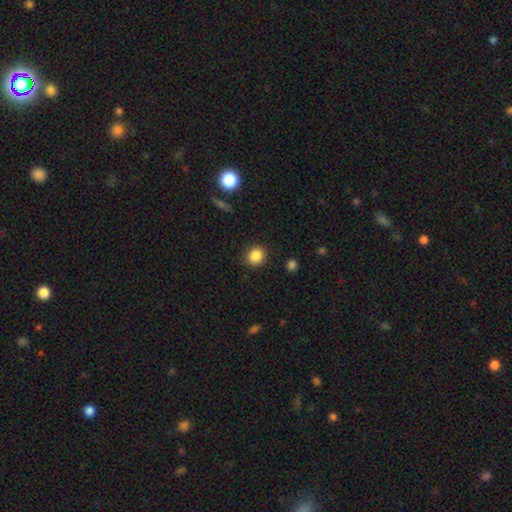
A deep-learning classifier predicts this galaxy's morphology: Overall: smooth (86%). How rounded: round (83%). Merging: none (88%).